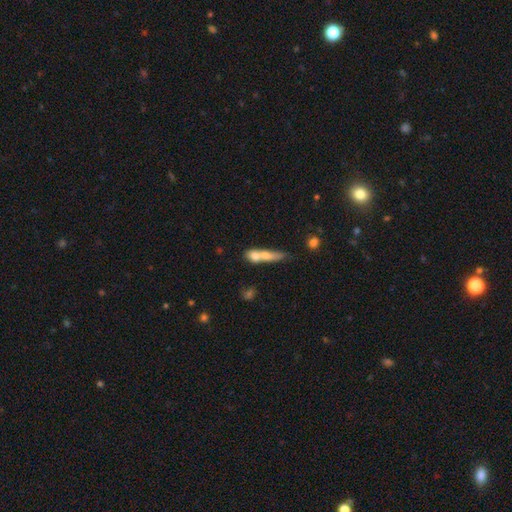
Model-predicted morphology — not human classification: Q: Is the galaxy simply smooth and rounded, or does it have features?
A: smooth — 65%.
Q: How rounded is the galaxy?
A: cigar-shaped — 51%.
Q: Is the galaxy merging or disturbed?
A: merger — 58%.